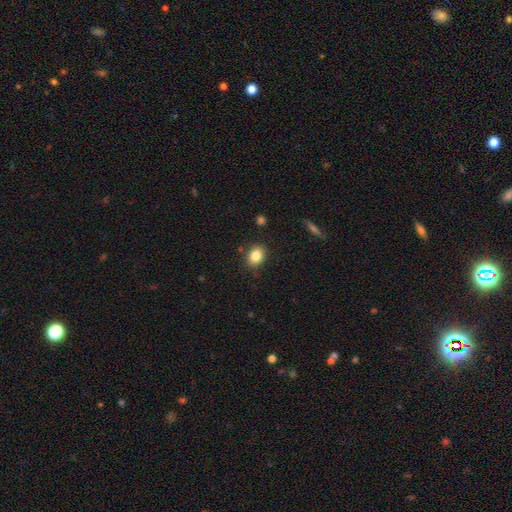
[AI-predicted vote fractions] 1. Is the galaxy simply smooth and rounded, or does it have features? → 83% smooth, 10% star or artifact, 7% featured or disk.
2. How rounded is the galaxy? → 56% in between, 43% round, 1% cigar-shaped.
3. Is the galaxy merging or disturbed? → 86% none, 9% minor disturbance, 2% major disturbance, 2% merger.